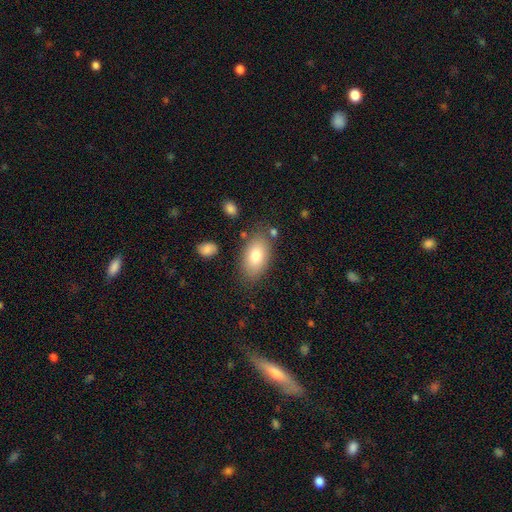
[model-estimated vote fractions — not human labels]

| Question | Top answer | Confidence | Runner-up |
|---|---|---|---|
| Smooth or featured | smooth | 79% | featured or disk (14%) |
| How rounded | in between | 92% | round (5%) |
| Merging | none | 79% | minor disturbance (14%) |